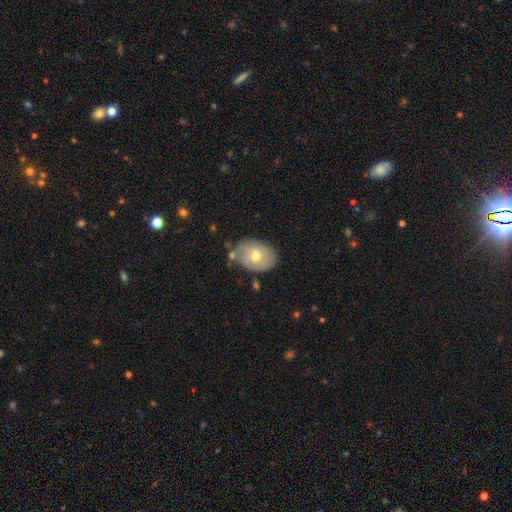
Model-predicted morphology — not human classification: Smooth or featured? Predicted: smooth (p=0.59). How rounded? Predicted: in between (p=0.73). Merging? Predicted: none (p=0.64).